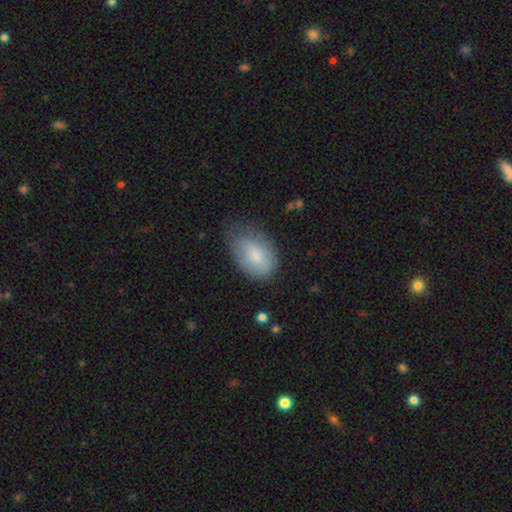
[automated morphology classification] Smooth or featured? Predicted: smooth (p=0.78). How rounded? Predicted: in between (p=0.89). Merging? Predicted: none (p=0.51).